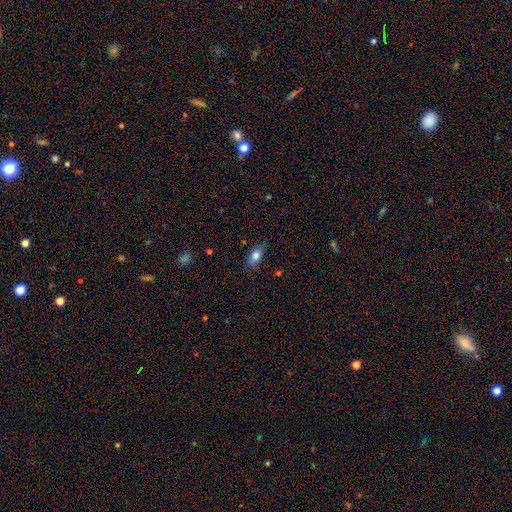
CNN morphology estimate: Smooth or featured? Predicted: smooth (p=0.77). How rounded? Predicted: in between (p=0.81). Merging? Predicted: none (p=0.76).